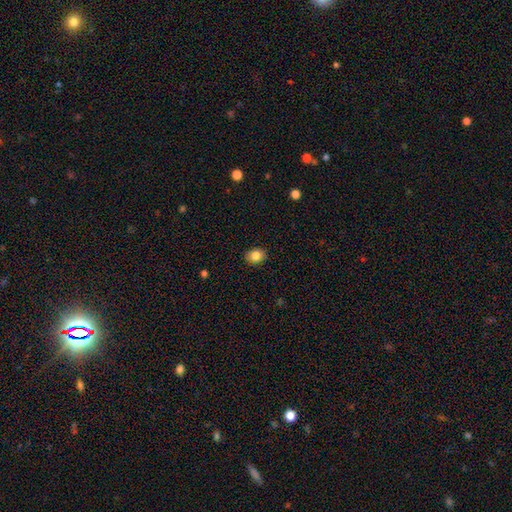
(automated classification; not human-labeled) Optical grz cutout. It shows a smooth galaxy with no disk features (85%) that is in between round and cigar-shaped (54%). Merging: none (89%).